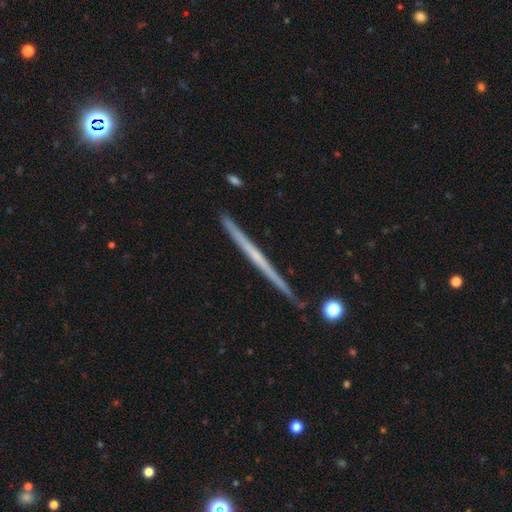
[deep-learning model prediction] A featured or disk galaxy (68%) viewed edge-on (98%) with no central bulge (83%).

Vote fractions:
- Smooth or featured? featured or disk: 68% / smooth: 26% / star or artifact: 6%
- Edge-on disk? yes: 98% / no: 2%
- Edge-on bulge? none: 83% / rounded: 13% / boxy: 4%
- Merging? none: 90% / minor disturbance: 7% / merger: 1% / major disturbance: 1%